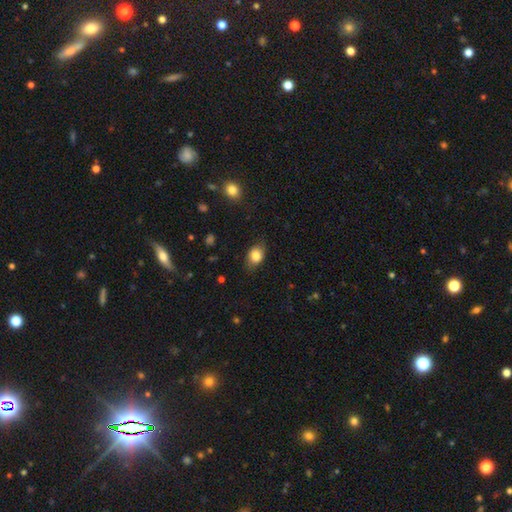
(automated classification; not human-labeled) Overall: smooth (82%). How rounded: in between (73%). Merging: none (78%).